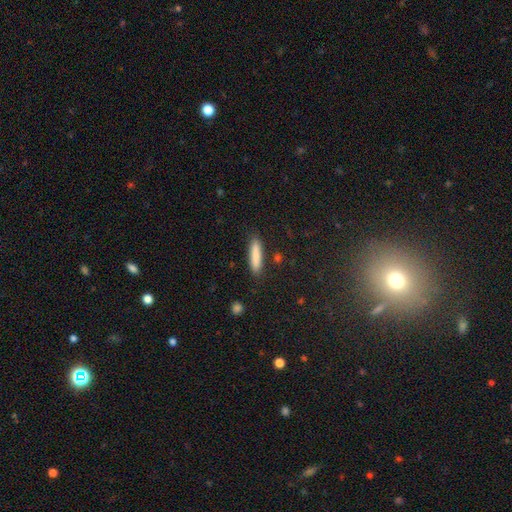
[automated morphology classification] Smooth or featured? smooth (84%)
How rounded? cigar-shaped (81%)
Merging? none (87%)